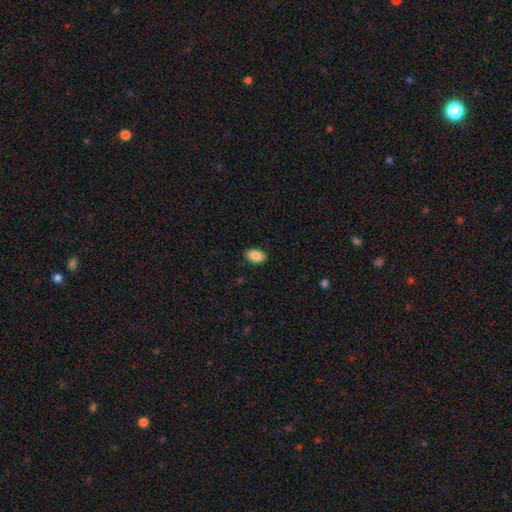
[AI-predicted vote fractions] A smooth galaxy with no disk features (89%) that is in between round and cigar-shaped (90%).

Vote fractions:
- Smooth or featured? smooth: 89% / star or artifact: 7% / featured or disk: 4%
- How rounded? in between: 90% / round: 8% / cigar-shaped: 1%
- Merging? none: 89% / minor disturbance: 8% / major disturbance: 2% / merger: 1%